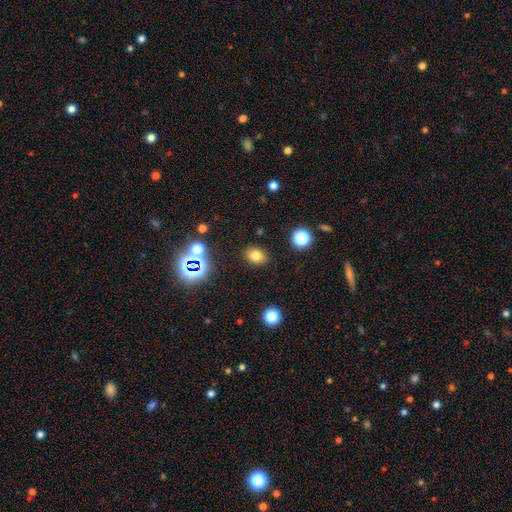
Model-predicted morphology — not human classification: Smooth or featured? smooth (76%)
How rounded? in between (59%)
Merging? none (87%)